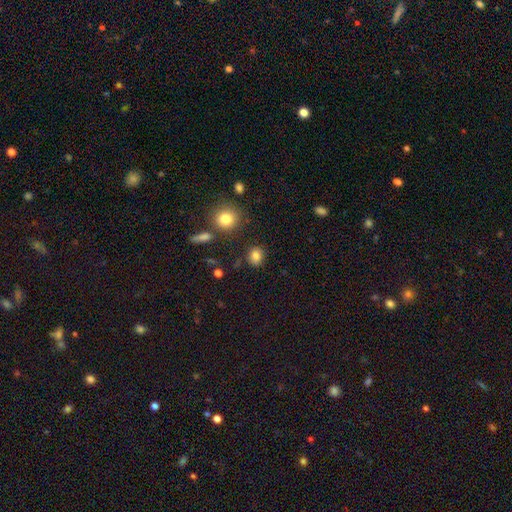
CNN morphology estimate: A smooth galaxy with no disk features (83%) that is round (67%). Merging: none (82%).